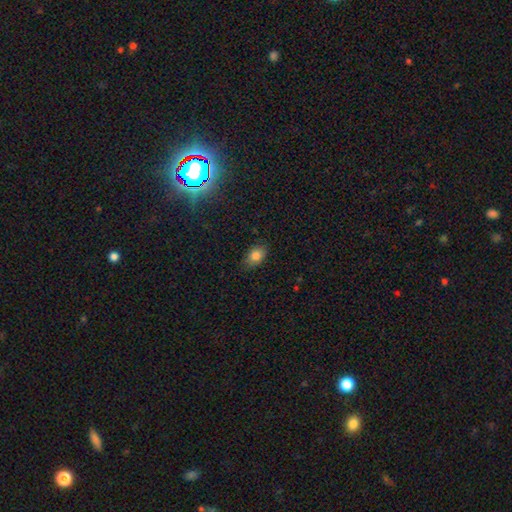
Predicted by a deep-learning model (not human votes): Morphology: type=smooth (83%); roundness=in between (76%); merging=none (82%).